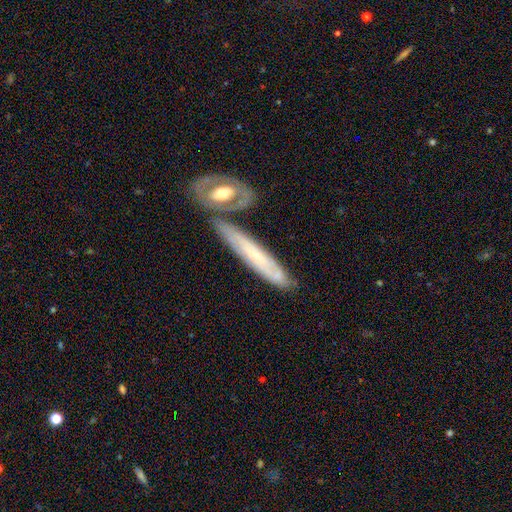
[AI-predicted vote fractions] This is possibly a featured or disk galaxy (50%). Merging: likely none (66%).